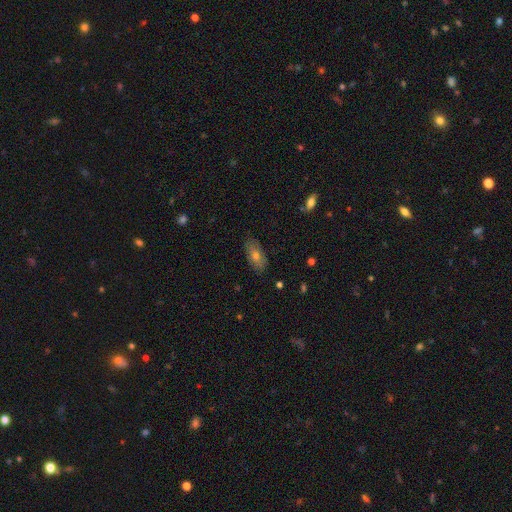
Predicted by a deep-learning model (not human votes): This is likely a smooth galaxy (64%). How rounded: clearly in between (83%). Merging: clearly none (84%).